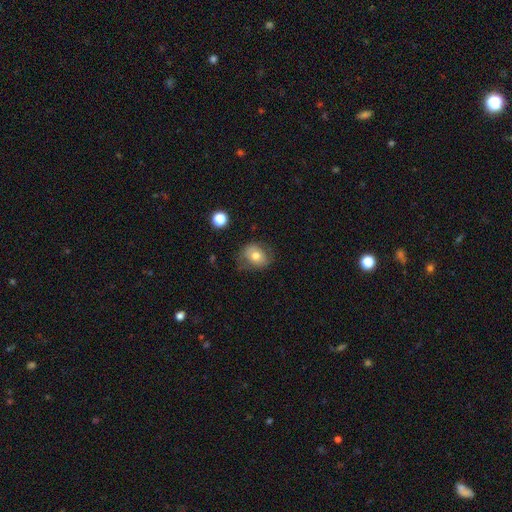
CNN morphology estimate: This appears to be a smooth galaxy with no disk features (72%) that is in between round and cigar-shaped (54%). Merging: none (61%).